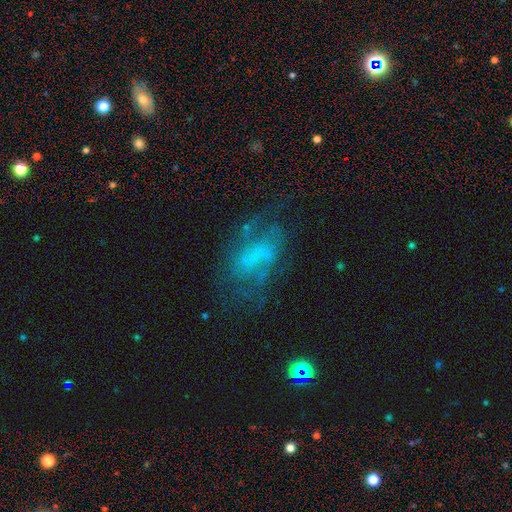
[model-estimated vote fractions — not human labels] A featured or disk galaxy (58%) with no bar (60%), spiral arms (55%) and no central bulge (66%). Merging: none (51%).